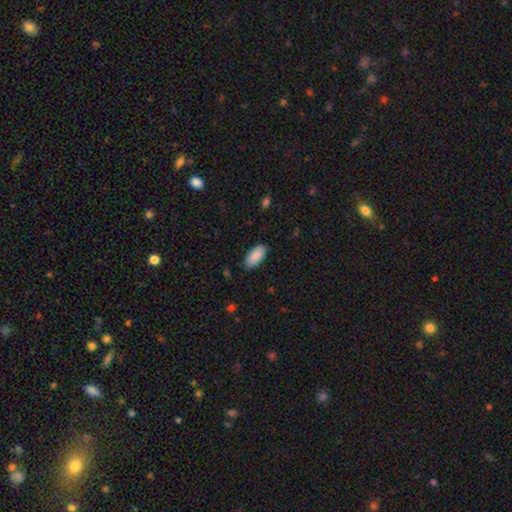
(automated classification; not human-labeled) The model was most divided on "merging": none: 86%, minor disturbance: 11%, major disturbance: 2%, merger: 1%. More confident: how rounded — in between (91%); smooth or featured — smooth (88%).